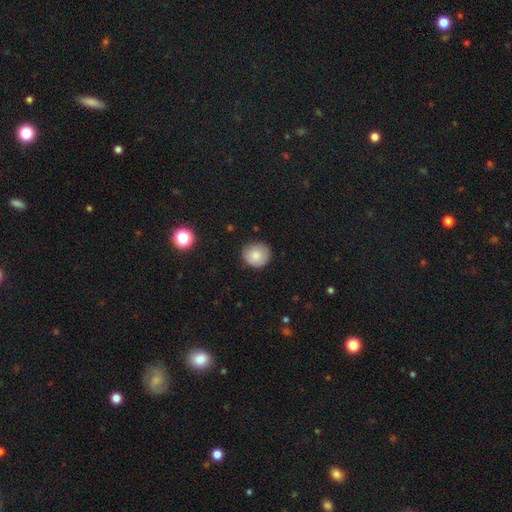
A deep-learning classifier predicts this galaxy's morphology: Q: Smooth or featured?
A: smooth (84%); runner-up: star or artifact (8%)
Q: How rounded?
A: round (87%); runner-up: in between (12%)
Q: Merging?
A: none (85%); runner-up: minor disturbance (12%)